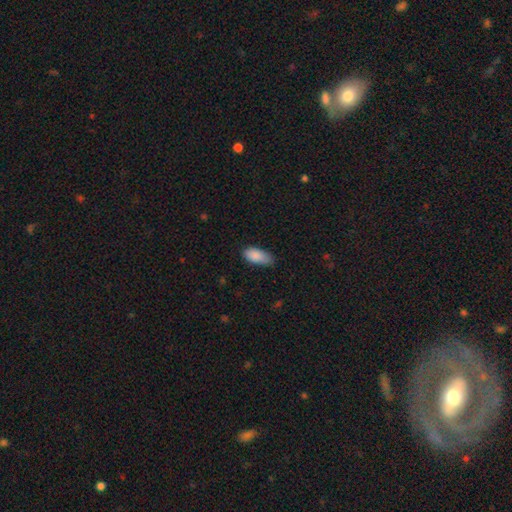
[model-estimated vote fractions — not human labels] A smooth galaxy with no disk features (88%) that is in between round and cigar-shaped (90%).

Vote fractions:
- Smooth or featured? smooth: 88% / star or artifact: 7% / featured or disk: 5%
- How rounded? in between: 90% / cigar-shaped: 8% / round: 2%
- Merging? none: 60% / minor disturbance: 33% / major disturbance: 5% / merger: 1%